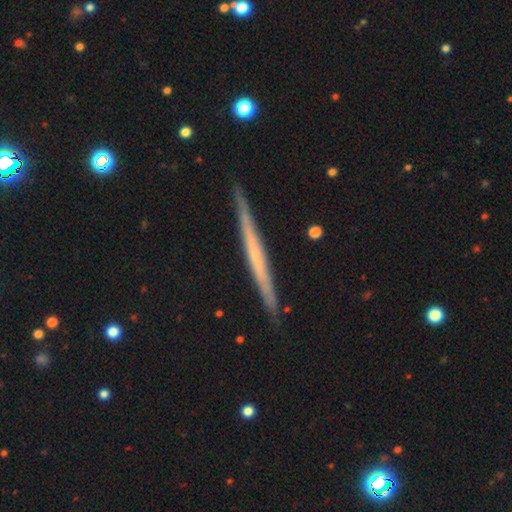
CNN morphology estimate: This appears to be a featured or disk galaxy (62%) viewed edge-on (97%) with no central bulge (86%). Merging: none (90%).